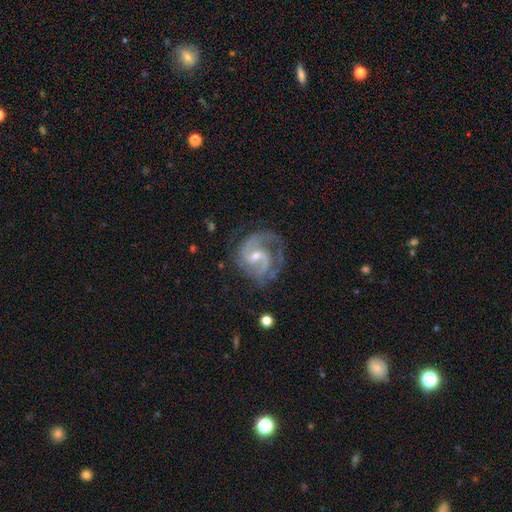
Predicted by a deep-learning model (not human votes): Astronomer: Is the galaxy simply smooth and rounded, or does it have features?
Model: featured or disk — 90%.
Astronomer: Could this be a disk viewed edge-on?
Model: no — 98%.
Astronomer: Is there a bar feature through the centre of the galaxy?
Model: weak — 53% (runner-up: no, 31%).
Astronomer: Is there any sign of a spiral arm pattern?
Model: yes — 97%.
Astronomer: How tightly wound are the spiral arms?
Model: medium — 54% (runner-up: tight, 31%).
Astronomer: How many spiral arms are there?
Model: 2 — 73%.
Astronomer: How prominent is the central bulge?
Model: small — 51% (runner-up: moderate, 45%).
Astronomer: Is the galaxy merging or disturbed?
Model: none — 62%.